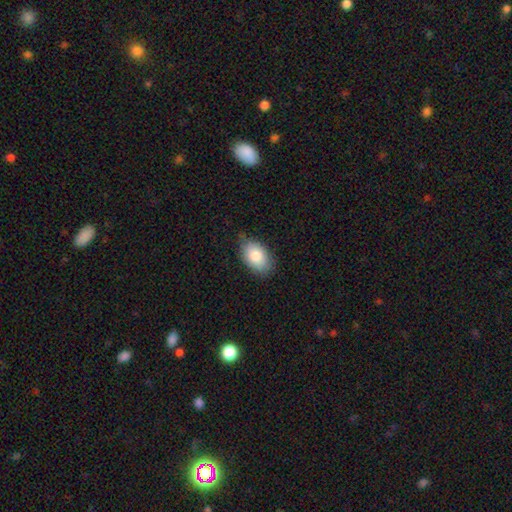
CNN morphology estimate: This is clearly a smooth galaxy (83%). How rounded: clearly in between (91%). Merging: likely none (76%).